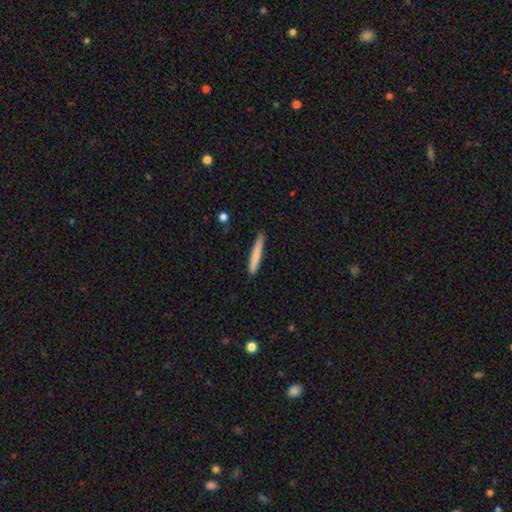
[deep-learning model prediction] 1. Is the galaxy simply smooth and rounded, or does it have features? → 76% smooth, 18% featured or disk, 6% star or artifact.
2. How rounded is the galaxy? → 95% cigar-shaped, 4% in between, 1% round.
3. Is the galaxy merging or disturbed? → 87% none, 10% minor disturbance, 2% major disturbance, 1% merger.